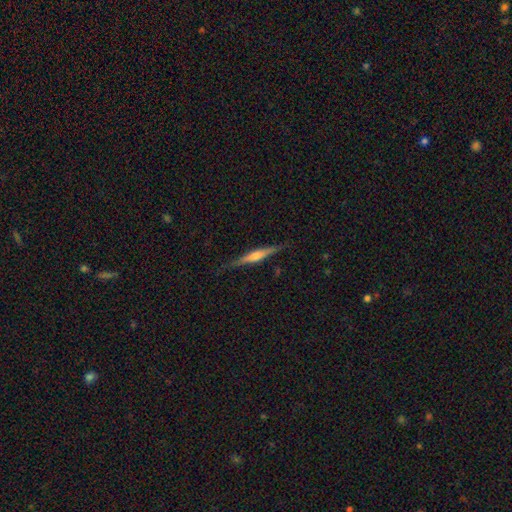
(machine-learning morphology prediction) This appears to be a featured or disk galaxy (68%) viewed edge-on (97%) with a rounded central bulge (76%). Merging: none (85%).